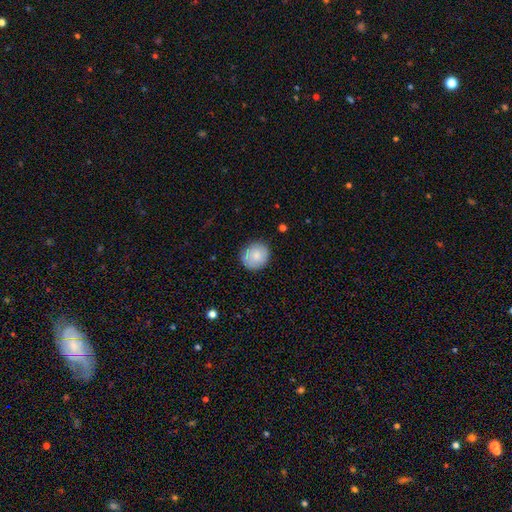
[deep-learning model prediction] smooth 80%, featured or disk 13%, star or artifact 7%. Down the decision tree: how rounded — round (78%); merging — none (83%).